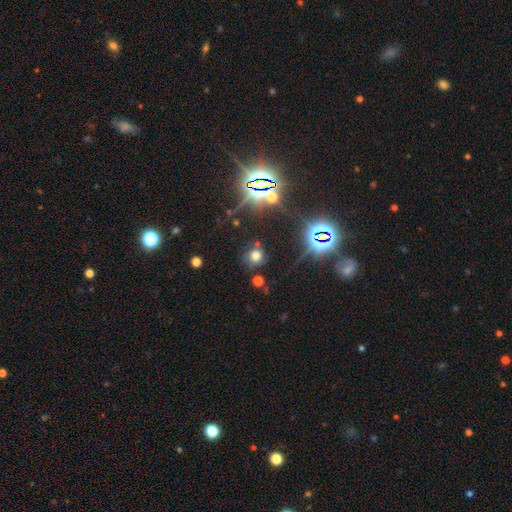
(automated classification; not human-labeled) Smooth or featured?
  - smooth: 59% *
  - star or artifact: 31%
  - featured or disk: 11%
How rounded?
  - round: 86% *
  - in between: 13%
  - cigar-shaped: 1%
Merging?
  - none: 72% *
  - minor disturbance: 13%
  - merger: 8%
  - major disturbance: 6%